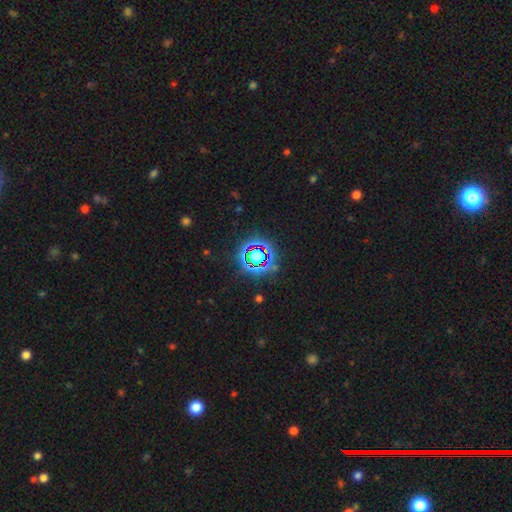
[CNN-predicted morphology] A star or artifact, not a galaxy (70%).